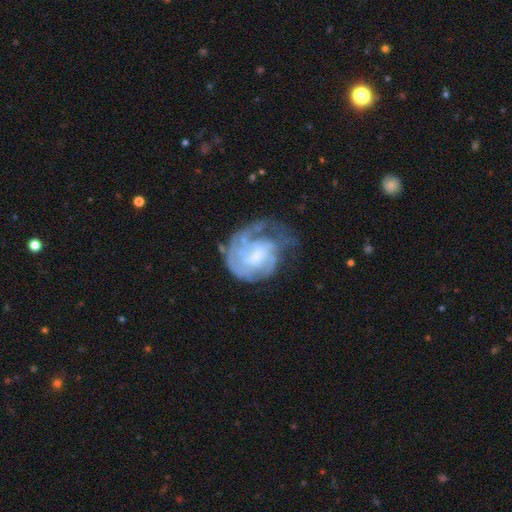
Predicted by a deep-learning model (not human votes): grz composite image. It shows a featured or disk galaxy (74%) with no bar (48%), tight (55%) spiral arms (85%) and a small central bulge (38%). Merging: none (41%).